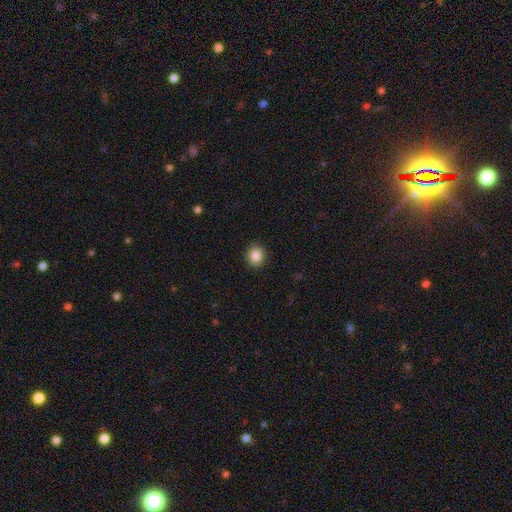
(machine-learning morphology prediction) This is clearly a smooth galaxy (85%). How rounded: clearly round (82%). Merging: clearly none (92%).